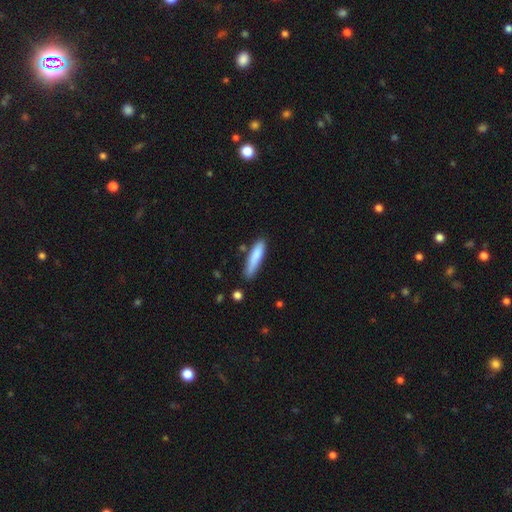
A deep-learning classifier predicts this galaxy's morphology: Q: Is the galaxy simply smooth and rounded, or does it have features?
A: smooth — 82%.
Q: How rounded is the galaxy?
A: cigar-shaped — 81%.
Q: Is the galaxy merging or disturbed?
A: none — 73%.